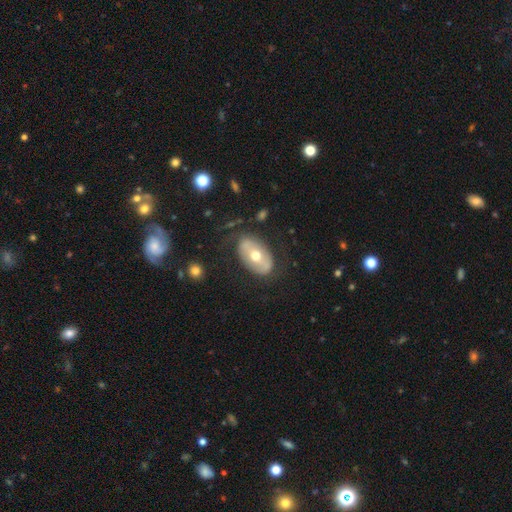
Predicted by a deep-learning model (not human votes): Smooth or featured? Predicted: featured or disk (p=0.49). Merging? Predicted: none (p=0.72).